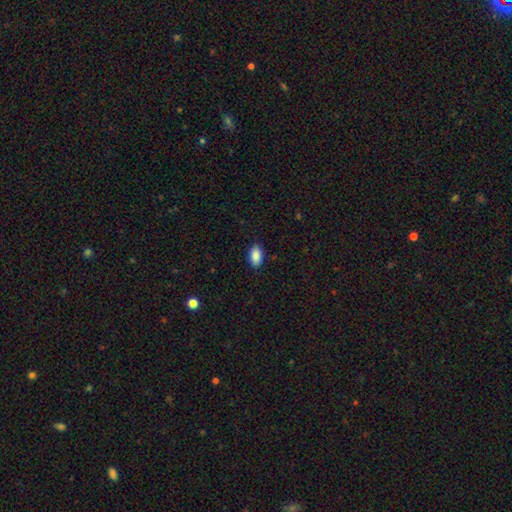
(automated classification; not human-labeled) Q: Smooth or featured?
A: smooth (88%); runner-up: star or artifact (7%)
Q: How rounded?
A: in between (93%); runner-up: round (5%)
Q: Merging?
A: none (88%); runner-up: minor disturbance (9%)